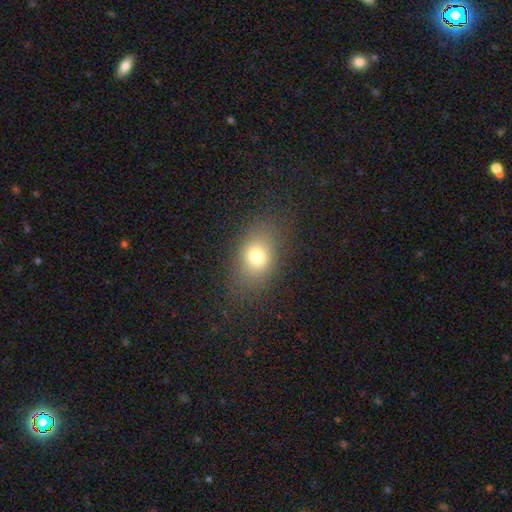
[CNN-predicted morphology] This is likely a smooth galaxy (75%). How rounded: likely in between (67%). Merging: likely none (77%).